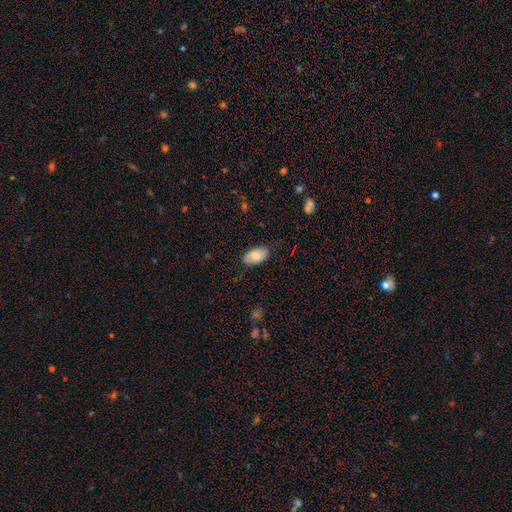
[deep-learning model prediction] Smooth or featured: smooth — 80% (featured or disk — 14%)
How rounded: in between — 95% (round — 3%)
Merging: none — 82% (minor disturbance — 15%)